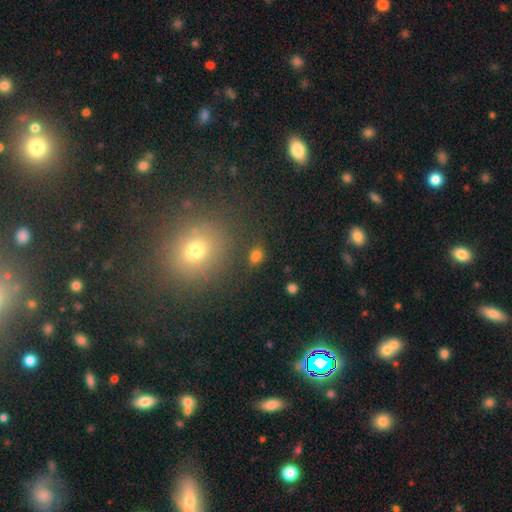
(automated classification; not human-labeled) smooth-or-featured: smooth: 77% | star or artifact: 17% | featured or disk: 7%
  how-rounded: in between: 68% | round: 30% | cigar-shaped: 2%
  merging: none: 76% | minor disturbance: 12% | merger: 7% | major disturbance: 5%